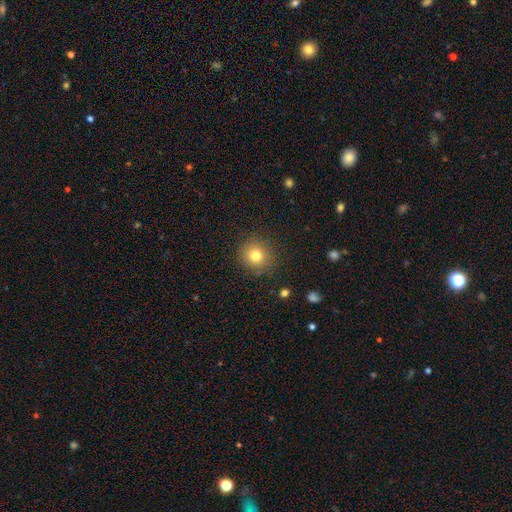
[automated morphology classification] Smooth or featured: smooth — 79% (star or artifact — 13%)
How rounded: round — 90% (in between — 9%)
Merging: none — 88% (minor disturbance — 8%)